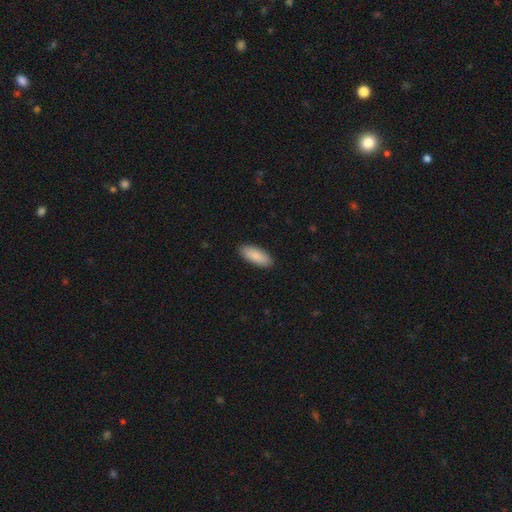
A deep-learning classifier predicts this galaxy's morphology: smooth-or-featured: smooth: 88% | featured or disk: 6% | star or artifact: 5%
  how-rounded: in between: 78% | cigar-shaped: 21% | round: 2%
  merging: none: 90% | minor disturbance: 7% | major disturbance: 2% | merger: 1%